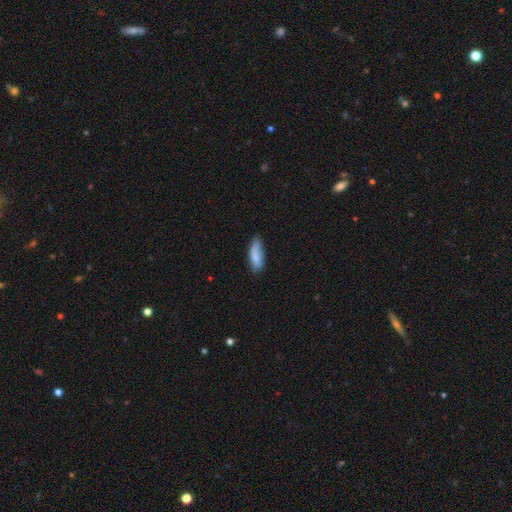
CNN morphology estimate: Smooth or featured?
  - smooth: 82% *
  - featured or disk: 11%
  - star or artifact: 7%
How rounded?
  - in between: 65% *
  - cigar-shaped: 33%
  - round: 2%
Merging?
  - none: 62% *
  - minor disturbance: 29%
  - major disturbance: 6%
  - merger: 3%